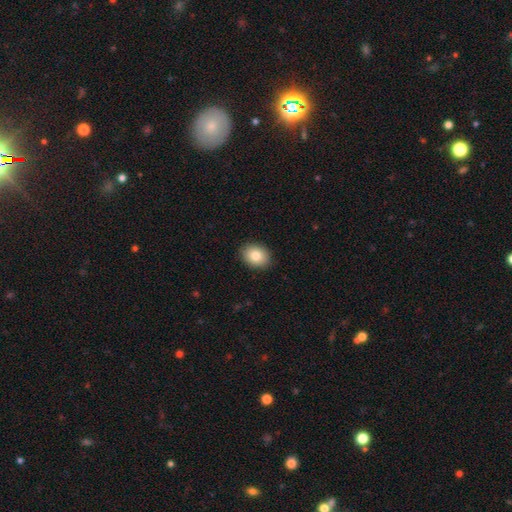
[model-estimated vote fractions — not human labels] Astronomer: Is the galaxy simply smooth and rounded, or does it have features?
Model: smooth — 83%.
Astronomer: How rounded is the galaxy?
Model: in between — 61% (runner-up: round, 38%).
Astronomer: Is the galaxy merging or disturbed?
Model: none — 90%.